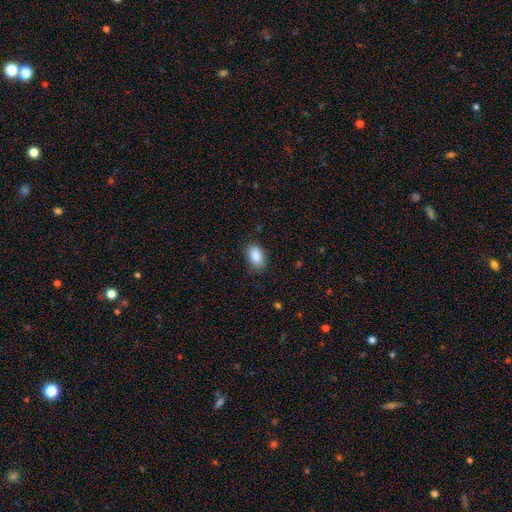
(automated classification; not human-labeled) The model was most divided on "merging": none: 82%, minor disturbance: 14%, major disturbance: 3%, merger: 1%. More confident: how rounded — in between (90%); smooth or featured — smooth (88%).